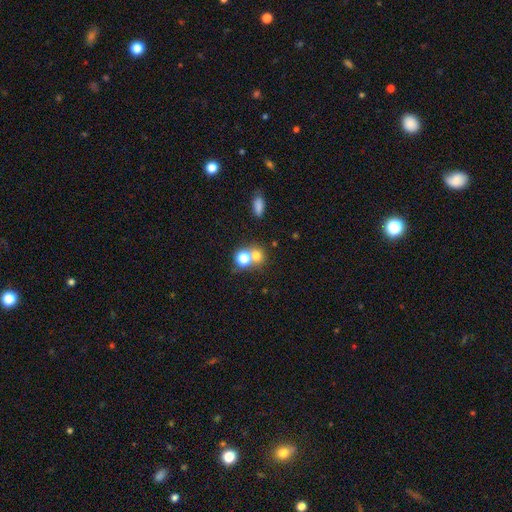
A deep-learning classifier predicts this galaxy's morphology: A smooth galaxy with no disk features (71%) that is round (78%).

Vote fractions:
- Smooth or featured? smooth: 71% / star or artifact: 17% / featured or disk: 12%
- How rounded? round: 78% / in between: 20% / cigar-shaped: 1%
- Merging? merger: 47% / none: 43% / minor disturbance: 6% / major disturbance: 4%